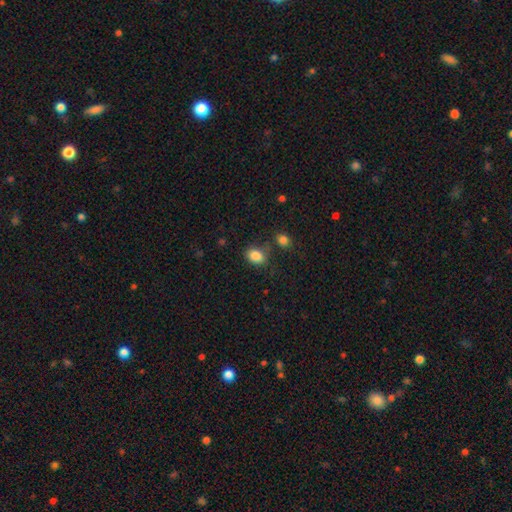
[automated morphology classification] Smooth or featured: smooth — 86% (star or artifact — 10%)
How rounded: in between — 69% (round — 30%)
Merging: none — 68% (minor disturbance — 17%)